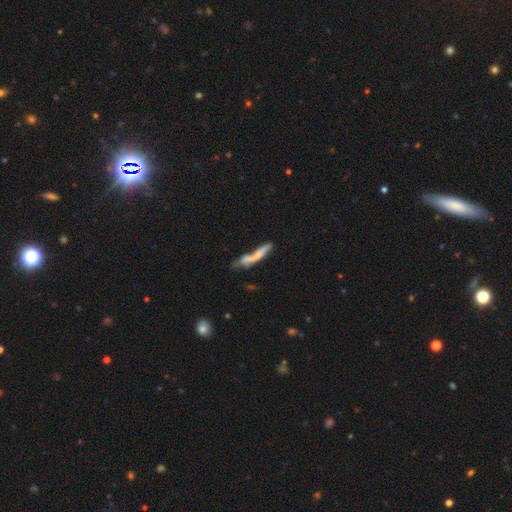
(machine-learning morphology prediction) The model was most divided on "smooth or featured" (2-way tie): smooth: 46%, featured or disk: 46%, star or artifact: 7%. Remaining: merging — none (35%).